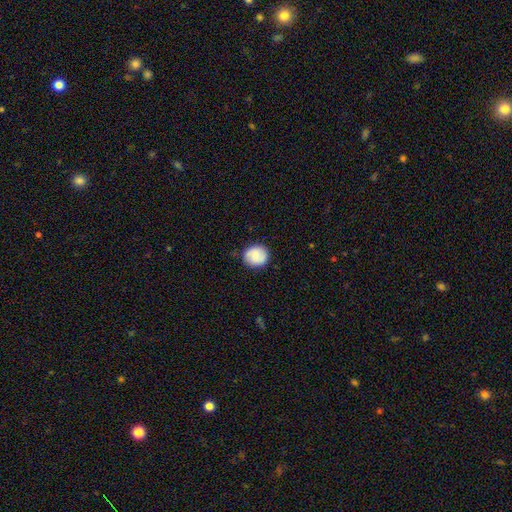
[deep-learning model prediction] The model was most divided on "smooth or featured": smooth: 75%, featured or disk: 18%, star or artifact: 7%. More confident: merging — none (84%); how rounded — round (83%).